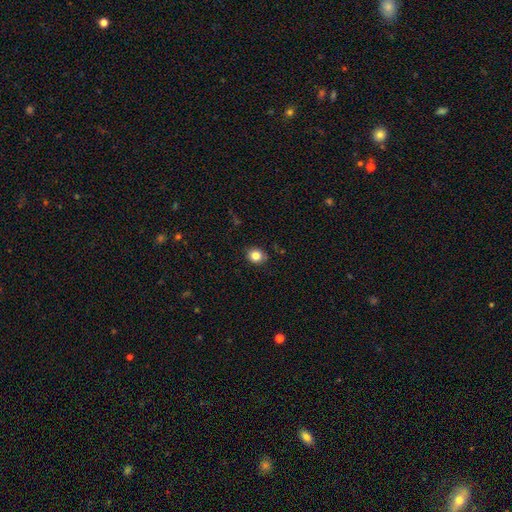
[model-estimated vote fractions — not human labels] This is clearly a smooth galaxy (82%). How rounded: likely round (66%). Merging: clearly none (84%).